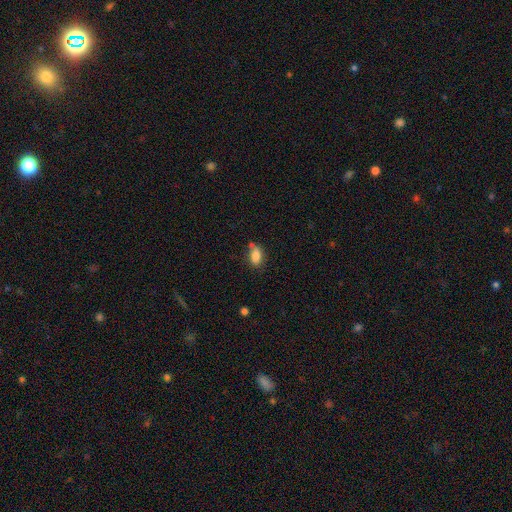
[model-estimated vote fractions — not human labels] smooth 84%, star or artifact 9%, featured or disk 7%. Down the decision tree: how rounded — in between (88%); merging — none (62%).